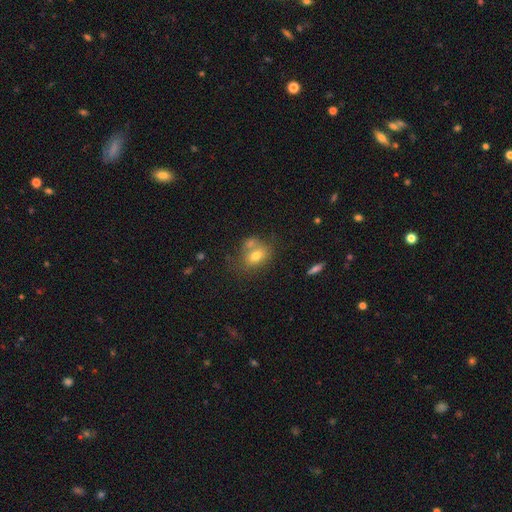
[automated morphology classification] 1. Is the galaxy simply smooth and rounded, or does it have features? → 71% smooth, 18% featured or disk, 11% star or artifact.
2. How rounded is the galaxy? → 61% in between, 38% round, 2% cigar-shaped.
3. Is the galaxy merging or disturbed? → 41% none, 38% merger, 15% minor disturbance, 7% major disturbance.